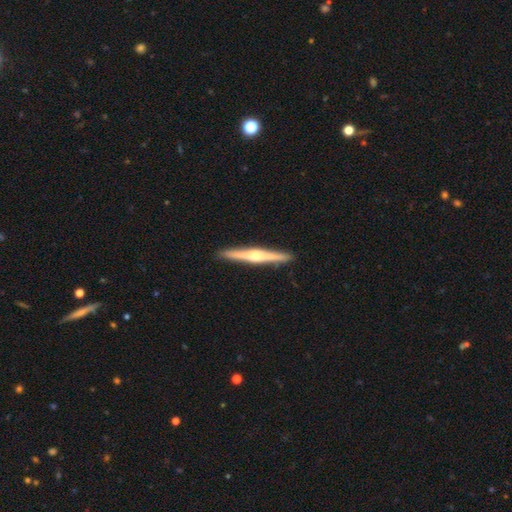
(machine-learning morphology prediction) Smooth or featured?
  - featured or disk: 74% *
  - smooth: 21%
  - star or artifact: 5%
Edge-on disk?
  - yes: 98% *
  - no: 2%
Edge-on bulge?
  - rounded: 88% *
  - none: 6%
  - boxy: 5%
Merging?
  - none: 92% *
  - minor disturbance: 5%
  - major disturbance: 1%
  - merger: 1%